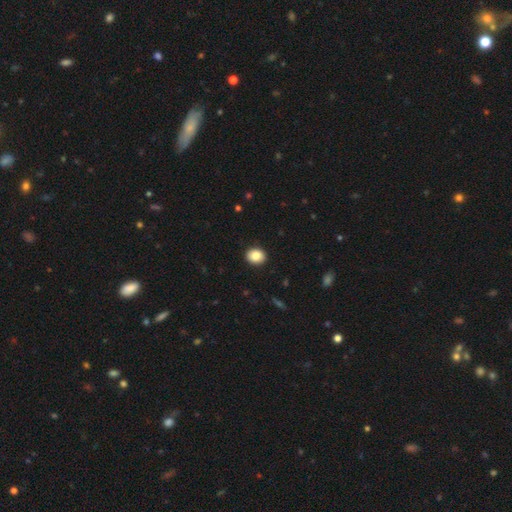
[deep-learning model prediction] smooth 85%, star or artifact 8%, featured or disk 6%. Down the decision tree: how rounded — round (58%); merging — none (91%).